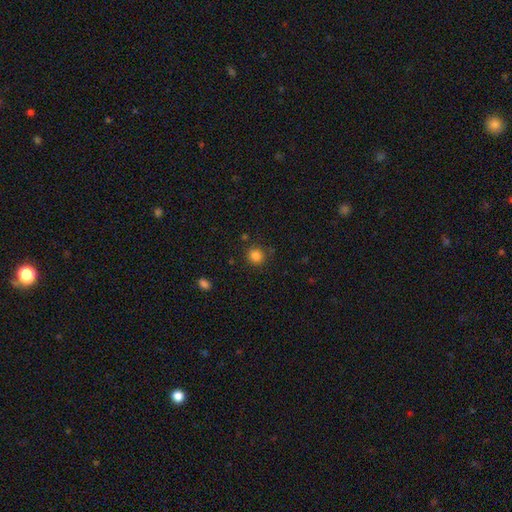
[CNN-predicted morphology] Smooth or featured: smooth — 84% (star or artifact — 12%)
How rounded: round — 89% (in between — 10%)
Merging: none — 84% (minor disturbance — 10%)